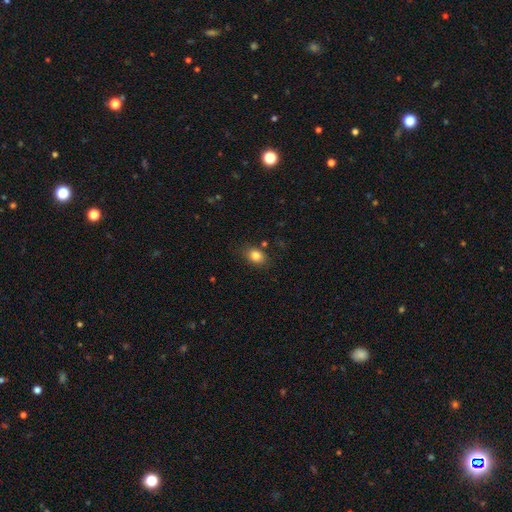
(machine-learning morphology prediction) Smooth or featured?
  - smooth: 83% *
  - star or artifact: 10%
  - featured or disk: 7%
How rounded?
  - in between: 64% *
  - round: 35%
  - cigar-shaped: 1%
Merging?
  - none: 80% *
  - minor disturbance: 13%
  - major disturbance: 4%
  - merger: 3%